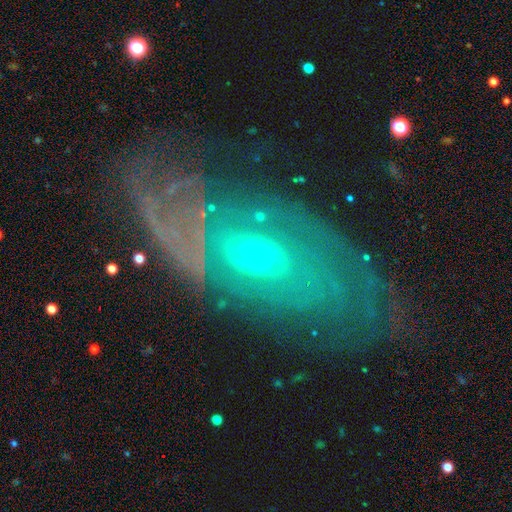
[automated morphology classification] Smooth or featured? featured or disk (78%)
Edge-on disk? no (93%)
Bar? no (75%)
Spiral arms? yes (79%)
Spiral winding? tight (56%)
Spiral arm count? can't tell (41%)
Bulge size? small (64%)
Merging? none (51%)